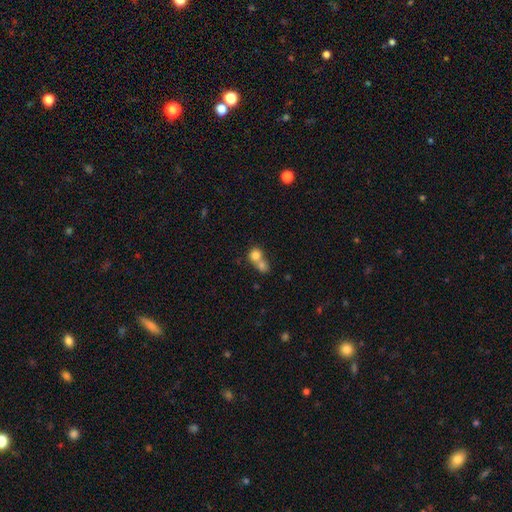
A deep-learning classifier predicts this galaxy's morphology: Overall: smooth (75%). How rounded: round (78%). Merging: merger (65%; none 27%).